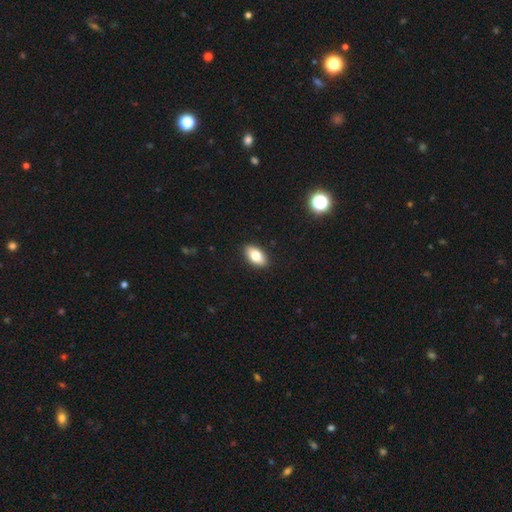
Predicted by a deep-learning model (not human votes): smooth-or-featured: smooth: 80% | featured or disk: 12% | star or artifact: 8%
  how-rounded: in between: 92% | round: 5% | cigar-shaped: 3%
  merging: none: 90% | minor disturbance: 7% | major disturbance: 2% | merger: 1%